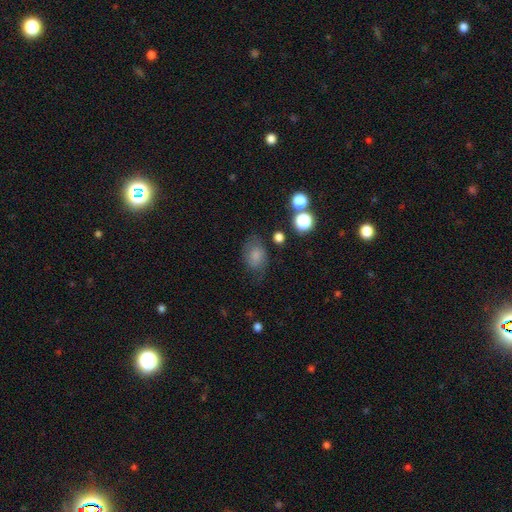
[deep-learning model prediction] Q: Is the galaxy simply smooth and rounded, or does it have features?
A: smooth — 73%.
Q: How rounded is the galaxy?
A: in between — 69%.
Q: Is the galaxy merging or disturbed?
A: none — 64%.